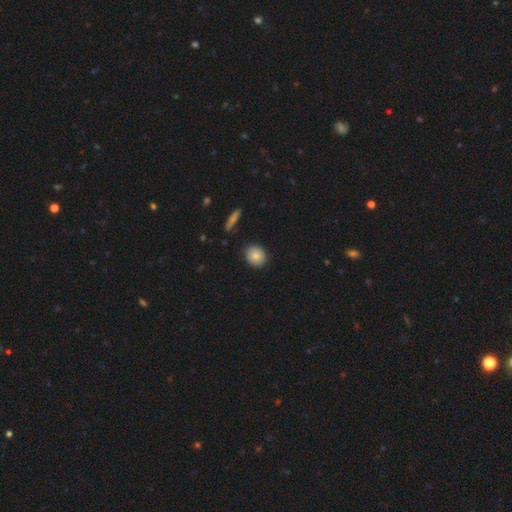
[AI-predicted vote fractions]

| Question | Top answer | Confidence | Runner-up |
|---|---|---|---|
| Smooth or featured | smooth | 81% | featured or disk (11%) |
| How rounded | round | 76% | in between (23%) |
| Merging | none | 86% | minor disturbance (11%) |